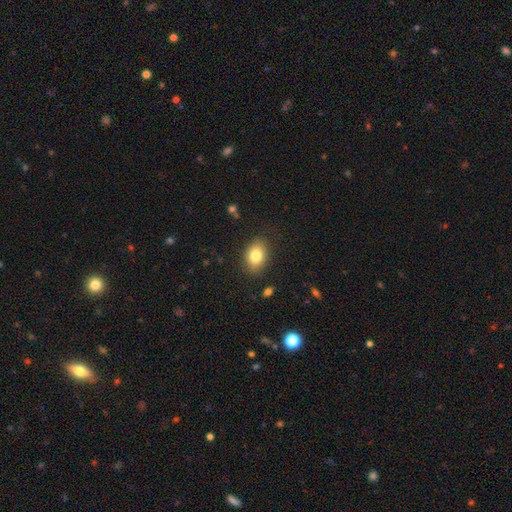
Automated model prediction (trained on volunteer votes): Overall: smooth (82%). How rounded: in between (76%). Merging: none (85%).